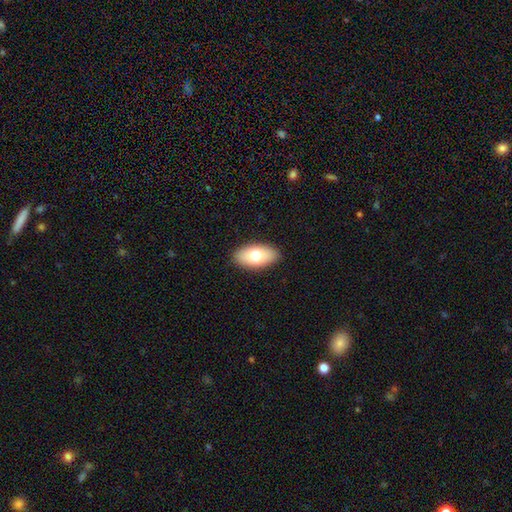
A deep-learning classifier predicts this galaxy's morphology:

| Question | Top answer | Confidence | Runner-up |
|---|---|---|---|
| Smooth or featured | smooth | 74% | featured or disk (19%) |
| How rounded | in between | 93% | cigar-shaped (3%) |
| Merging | none | 89% | minor disturbance (8%) |